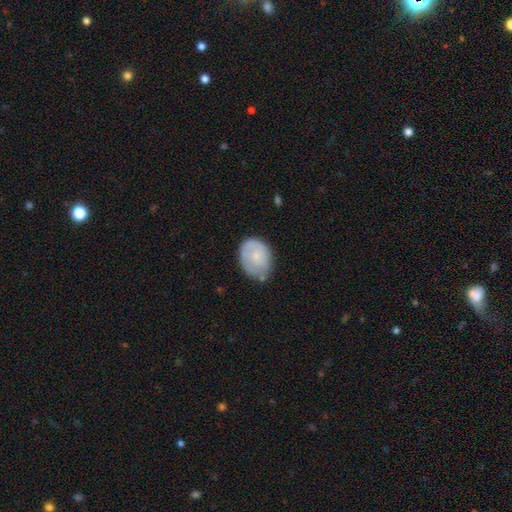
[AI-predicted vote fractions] This is likely a smooth galaxy (60%). How rounded: likely in between (64%). Merging: possibly none (59%).